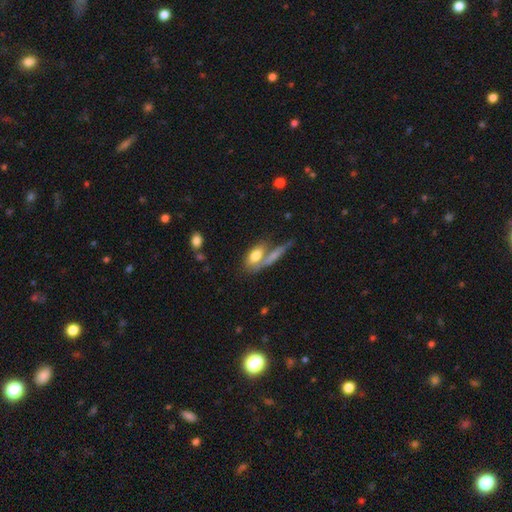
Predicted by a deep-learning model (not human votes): smooth-or-featured: smooth: 72% | featured or disk: 21% | star or artifact: 7%
  how-rounded: in between: 79% | cigar-shaped: 15% | round: 6%
  merging: merger: 40% (tied) | none: 40% (tied) | minor disturbance: 12% | major disturbance: 8%